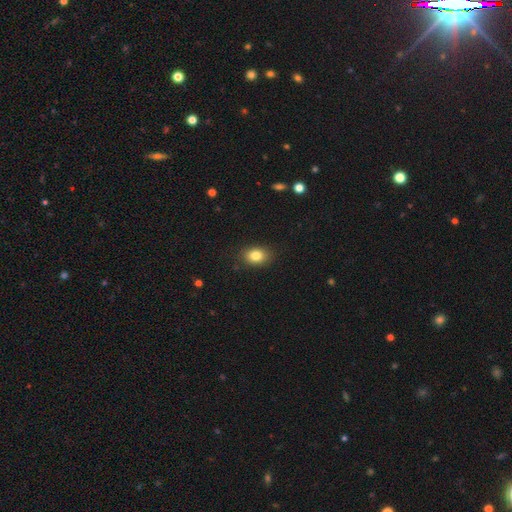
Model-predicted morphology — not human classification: A smooth galaxy with no disk features (83%) that is in between round and cigar-shaped (69%).

Vote fractions:
- Smooth or featured? smooth: 83% / star or artifact: 9% / featured or disk: 7%
- How rounded? in between: 69% / round: 30% / cigar-shaped: 1%
- Merging? none: 86% / minor disturbance: 11% / major disturbance: 3% / merger: 1%